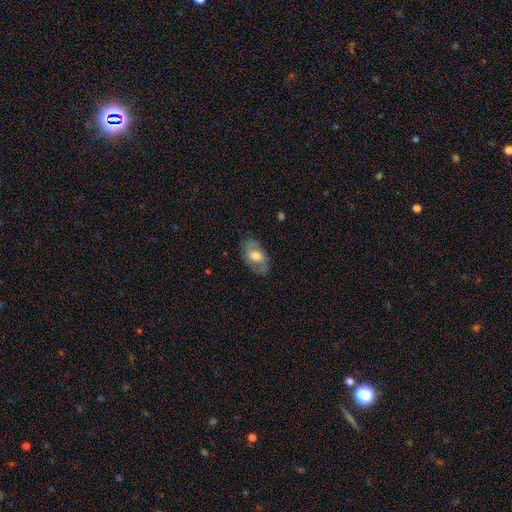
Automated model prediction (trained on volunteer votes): A smooth galaxy with no disk features (55%) that is in between round and cigar-shaped (88%). Merging: none (74%).